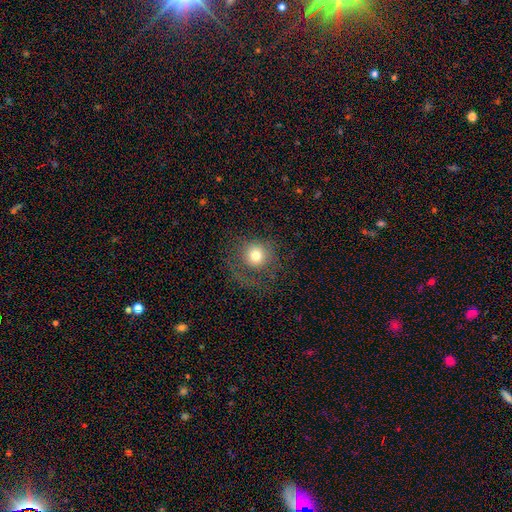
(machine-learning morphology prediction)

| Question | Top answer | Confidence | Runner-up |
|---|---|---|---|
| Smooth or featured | smooth | 73% | featured or disk (15%) |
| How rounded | round | 91% | in between (8%) |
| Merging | none | 59% | major disturbance (22%) |